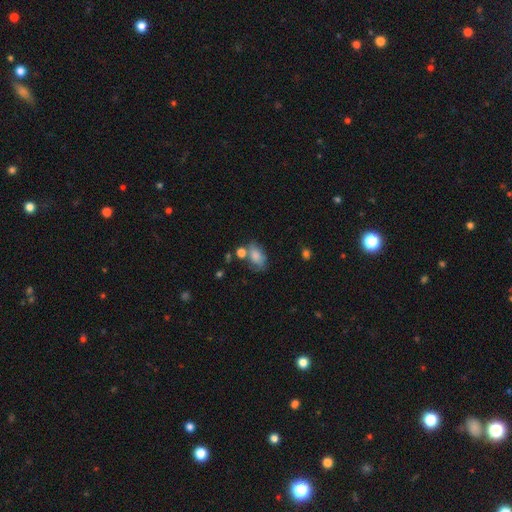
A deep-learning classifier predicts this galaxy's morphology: smooth_or_featured: smooth (p=0.80) [alt: featured or disk p=0.11]
how_rounded: in between (p=0.86) [alt: round p=0.12]
merging: none (p=0.49) [alt: minor disturbance p=0.23]